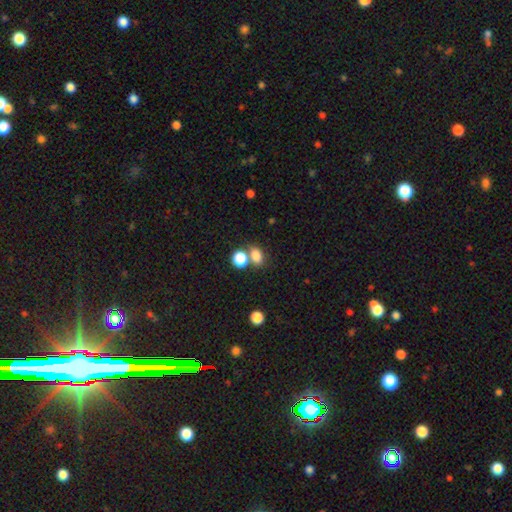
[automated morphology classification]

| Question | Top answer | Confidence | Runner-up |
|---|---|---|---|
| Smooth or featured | smooth | 82% | star or artifact (12%) |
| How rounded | in between | 63% | round (36%) |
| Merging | none | 54% | merger (32%) |